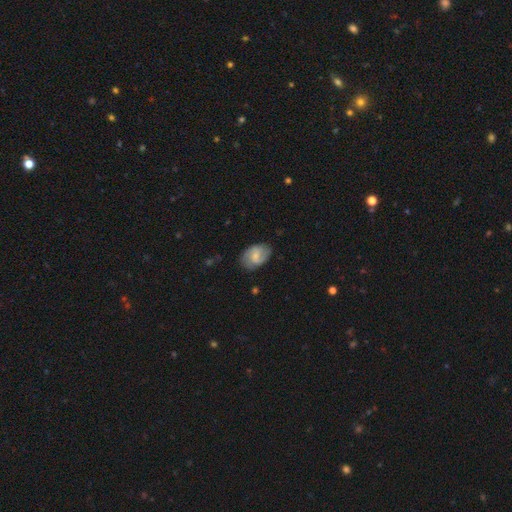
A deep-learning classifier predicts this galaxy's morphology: Smooth or featured? Predicted: smooth (p=0.49). Merging? Predicted: none (p=0.71).